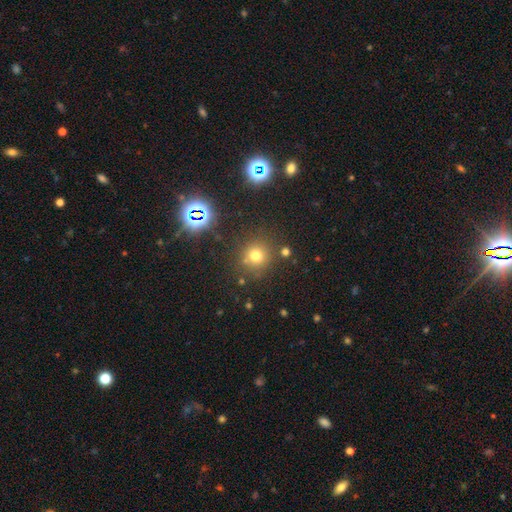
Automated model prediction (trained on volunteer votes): smooth_or_featured: smooth (p=0.69) [alt: star or artifact p=0.23]
how_rounded: round (p=0.92) [alt: in between p=0.07]
merging: none (p=0.80) [alt: minor disturbance p=0.09]